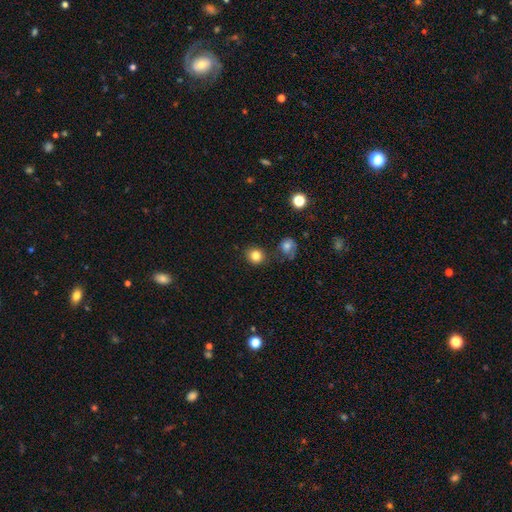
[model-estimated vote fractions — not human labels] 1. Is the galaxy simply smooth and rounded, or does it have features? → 83% smooth, 11% star or artifact, 6% featured or disk.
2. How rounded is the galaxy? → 85% round, 14% in between, 1% cigar-shaped.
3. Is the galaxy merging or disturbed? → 81% none, 10% minor disturbance, 6% merger, 3% major disturbance.